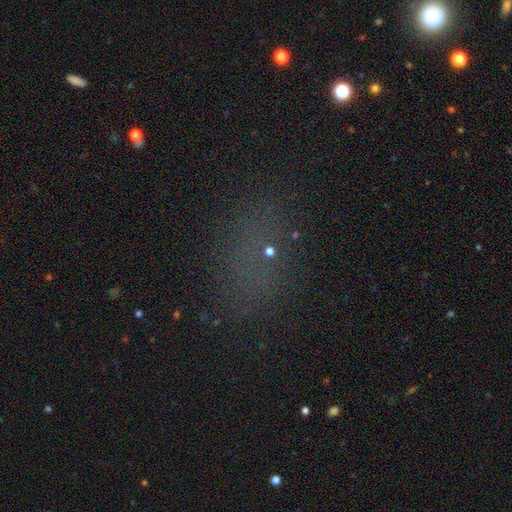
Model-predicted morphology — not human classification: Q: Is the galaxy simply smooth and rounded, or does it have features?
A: star or artifact — 44%, tied with smooth.